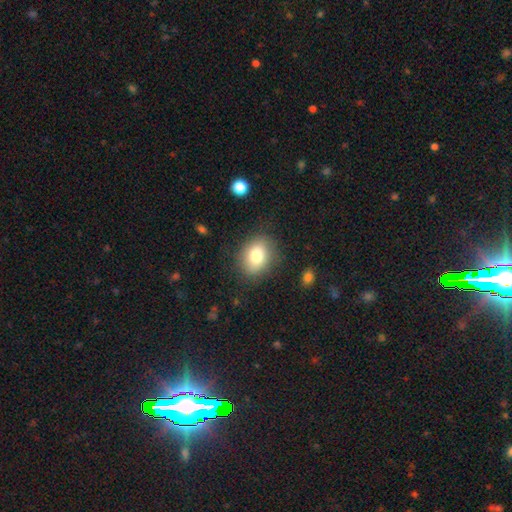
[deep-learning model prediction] A smooth galaxy with no disk features (79%) that is in between round and cigar-shaped (58%).

Vote fractions:
- Smooth or featured? smooth: 79% / featured or disk: 12% / star or artifact: 10%
- How rounded? in between: 58% / round: 40% / cigar-shaped: 1%
- Merging? none: 83% / minor disturbance: 11% / major disturbance: 4% / merger: 1%